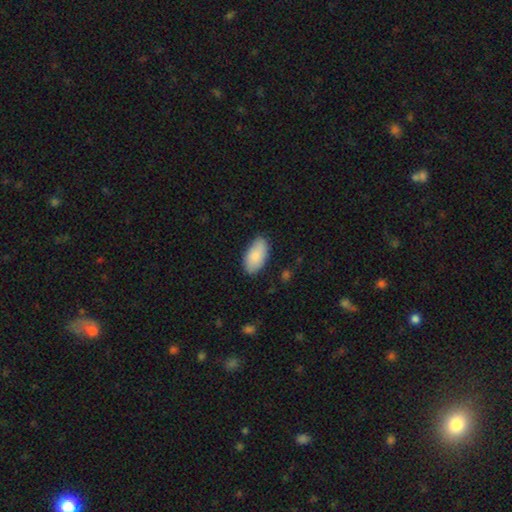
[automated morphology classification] This appears to be a smooth galaxy with no disk features (83%) that is in between round and cigar-shaped (95%). Merging: none (81%).